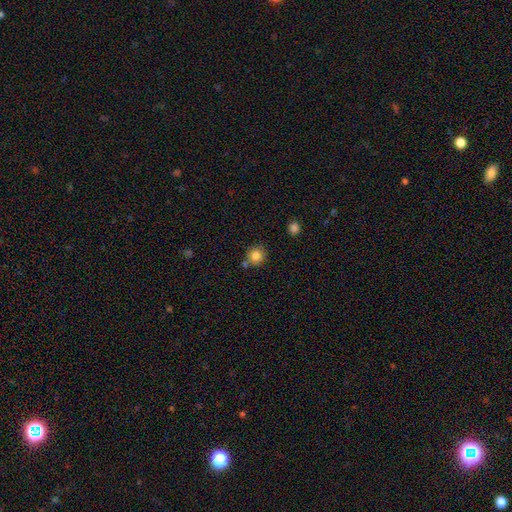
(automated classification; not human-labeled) Smooth or featured? Predicted: smooth (p=0.82). How rounded? Predicted: round (p=0.89). Merging? Predicted: none (p=0.75).